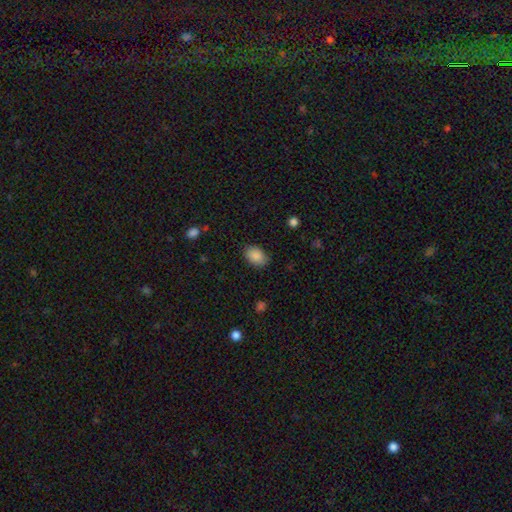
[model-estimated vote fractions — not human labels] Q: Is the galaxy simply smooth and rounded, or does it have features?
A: smooth — 89%.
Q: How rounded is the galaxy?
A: in between — 83%.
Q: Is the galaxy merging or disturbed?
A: none — 83%.